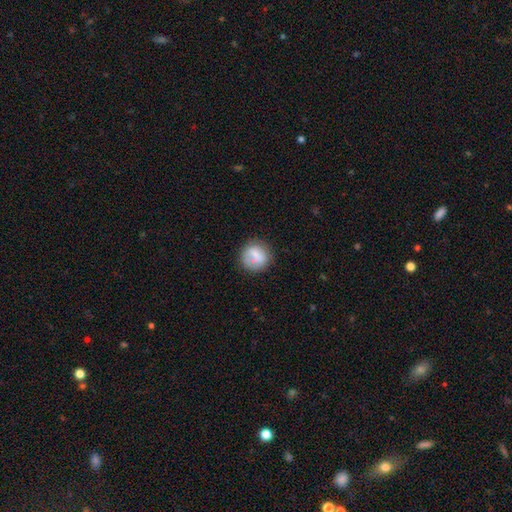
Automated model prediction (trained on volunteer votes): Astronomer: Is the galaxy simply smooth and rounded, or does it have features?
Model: smooth — 73%.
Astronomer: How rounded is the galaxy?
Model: round — 89%.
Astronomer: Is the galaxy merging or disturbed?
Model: none — 74%.